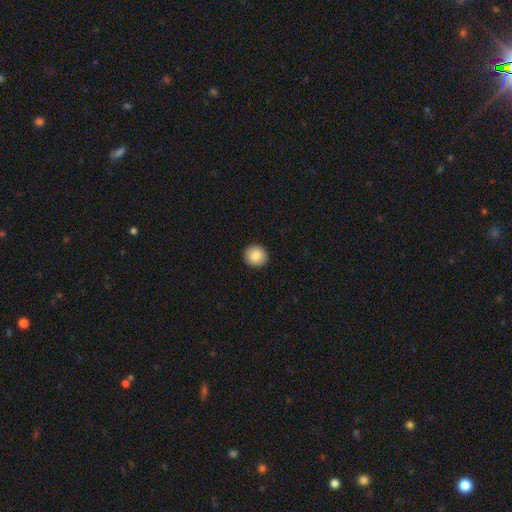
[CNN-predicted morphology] This is clearly a smooth galaxy (85%). How rounded: clearly round (91%). Merging: clearly none (93%).